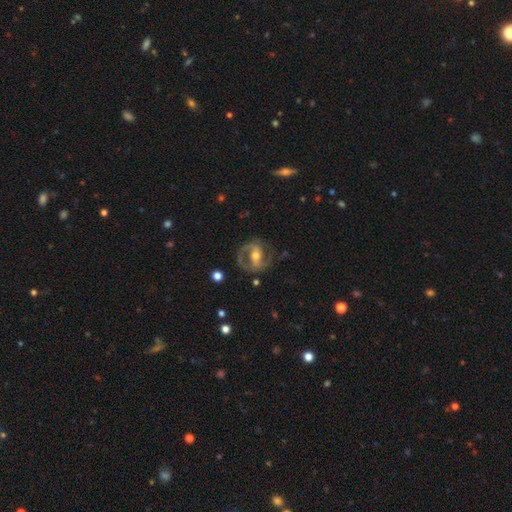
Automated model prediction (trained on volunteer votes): Smooth or featured: featured or disk — 80% (smooth — 14%)
Edge-on disk: no — 96% (yes — 4%)
Bar: strong — 39% (weak — 37%)
Spiral arms: yes — 86% (no — 14%)
Spiral winding: medium — 53% (tight — 26%)
Spiral arm count: 2 — 82% (1 — 8%)
Bulge size: moderate — 65% (small — 27%)
Merging: none — 68% (minor disturbance — 17%)